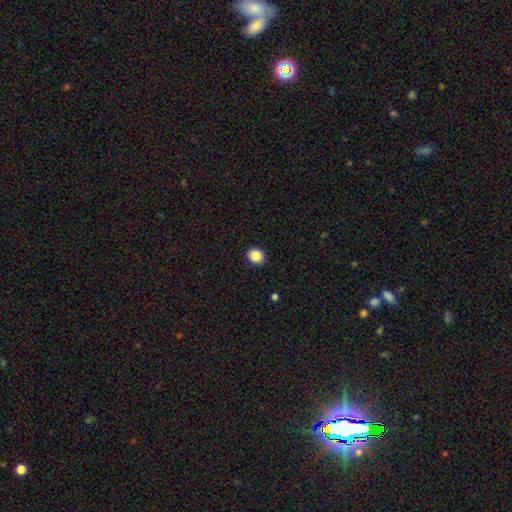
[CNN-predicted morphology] A smooth galaxy with no disk features (88%) that is round (69%).

Vote fractions:
- Smooth or featured? smooth: 88% / star or artifact: 9% / featured or disk: 3%
- How rounded? round: 69% / in between: 31% / cigar-shaped: 1%
- Merging? none: 91% / minor disturbance: 6% / major disturbance: 2% / merger: 1%